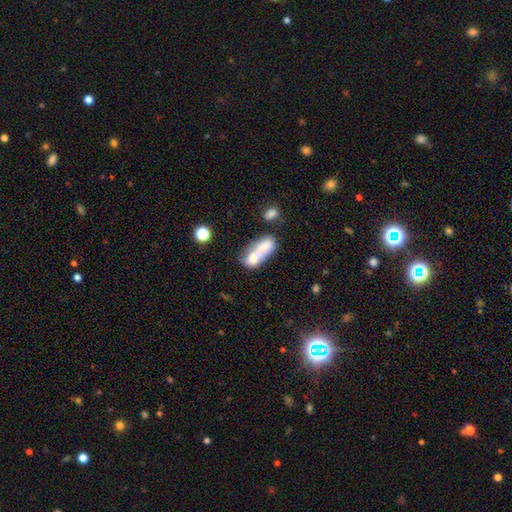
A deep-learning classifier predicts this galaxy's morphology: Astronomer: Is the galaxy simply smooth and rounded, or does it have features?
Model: smooth — 64%.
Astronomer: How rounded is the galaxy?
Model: in between — 77%.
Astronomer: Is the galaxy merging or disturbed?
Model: merger — 66%.